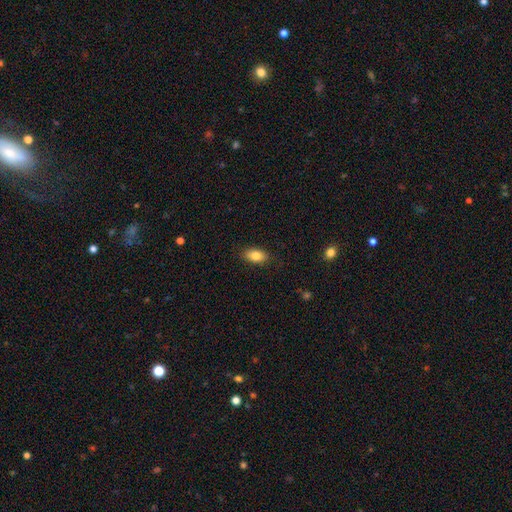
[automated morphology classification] type=smooth (84%); roundness=in between (90%); merging=none (87%).